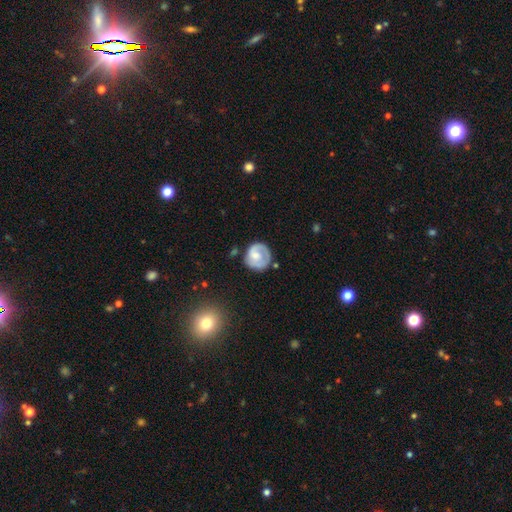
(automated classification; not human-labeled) A featured or disk galaxy (51%). Merging: none (64%).